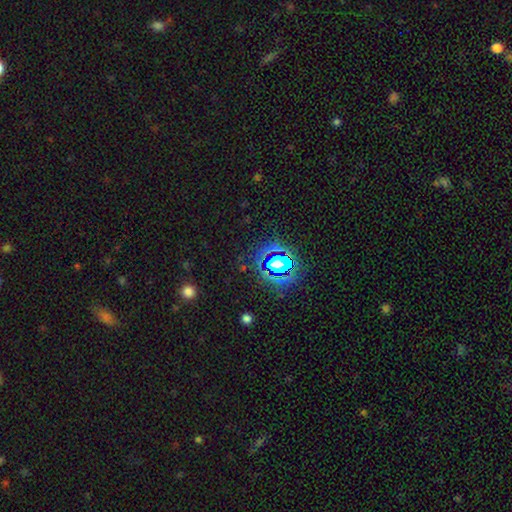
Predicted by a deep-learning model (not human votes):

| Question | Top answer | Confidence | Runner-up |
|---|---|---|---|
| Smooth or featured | star or artifact | 76% | smooth (17%) |